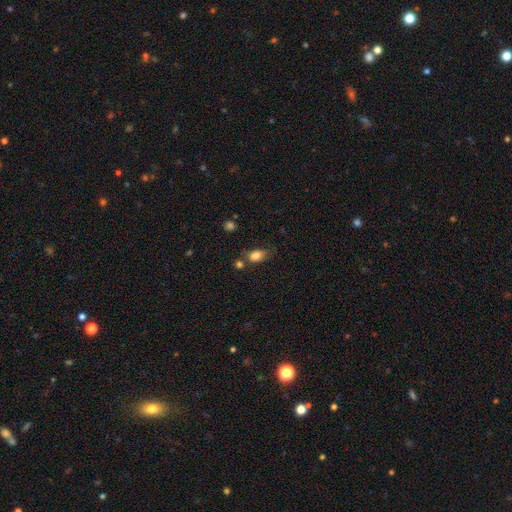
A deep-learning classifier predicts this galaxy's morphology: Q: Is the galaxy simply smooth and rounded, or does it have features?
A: smooth — 84%.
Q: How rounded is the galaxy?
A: in between — 85%.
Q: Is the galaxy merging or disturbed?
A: none — 58%.